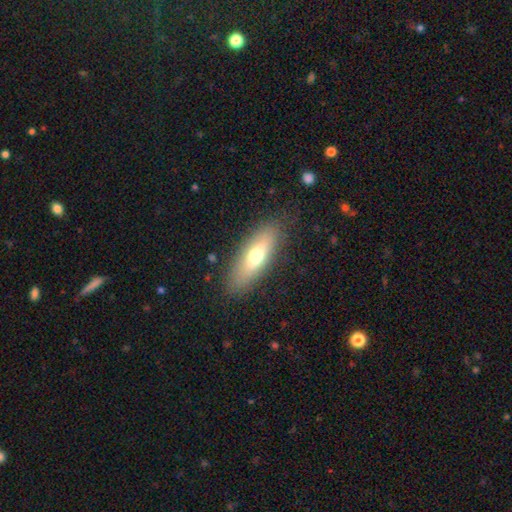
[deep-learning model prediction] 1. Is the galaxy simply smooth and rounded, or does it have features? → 64% smooth, 29% featured or disk, 7% star or artifact.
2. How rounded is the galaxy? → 59% in between, 39% cigar-shaped, 3% round.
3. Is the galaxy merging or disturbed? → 85% none, 10% minor disturbance, 4% major disturbance, 1% merger.